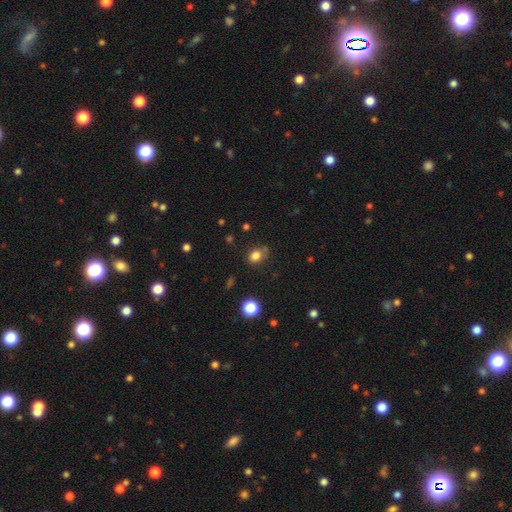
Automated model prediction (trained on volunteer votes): A smooth galaxy with no disk features (81%) that is in between round and cigar-shaped (52%).

Vote fractions:
- Smooth or featured? smooth: 81% / star or artifact: 13% / featured or disk: 6%
- How rounded? in between: 52% / round: 47% / cigar-shaped: 1%
- Merging? none: 68% / minor disturbance: 22% / major disturbance: 6% / merger: 4%